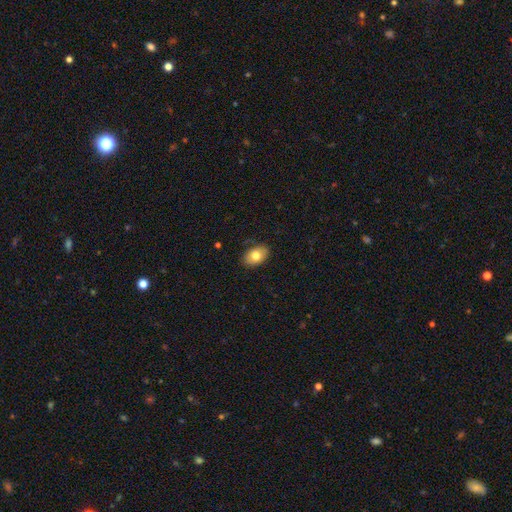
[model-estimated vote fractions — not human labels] A smooth galaxy with no disk features (78%) that is in between round and cigar-shaped (85%). Merging: none (83%).